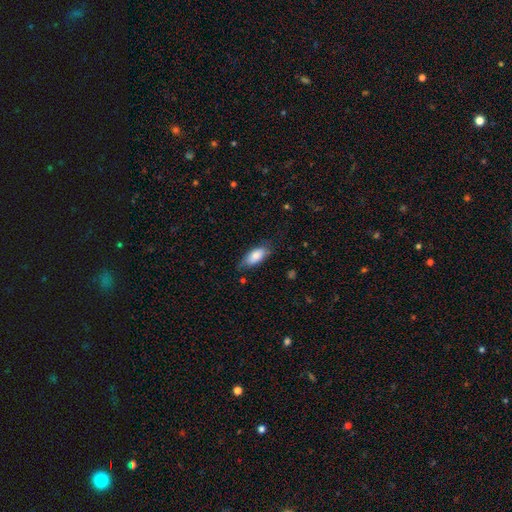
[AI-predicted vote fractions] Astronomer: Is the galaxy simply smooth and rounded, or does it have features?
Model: smooth — 79%.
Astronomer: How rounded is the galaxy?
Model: in between — 87%.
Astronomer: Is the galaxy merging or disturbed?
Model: none — 68%.